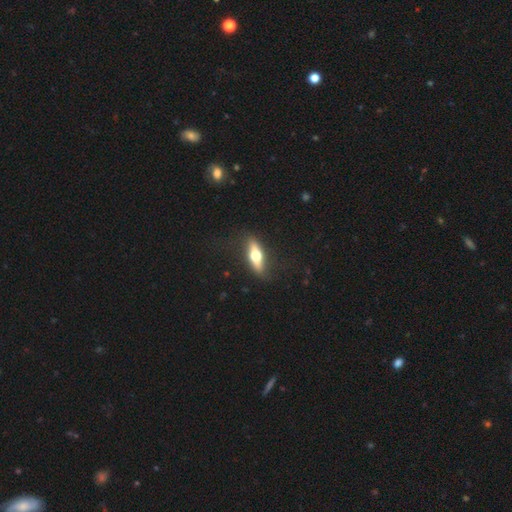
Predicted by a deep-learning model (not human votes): Q: Smooth or featured?
A: featured or disk (51%); runner-up: smooth (44%)
Q: Edge-on disk?
A: yes (85%); runner-up: no (15%)
Q: Merging?
A: none (84%); runner-up: minor disturbance (11%)